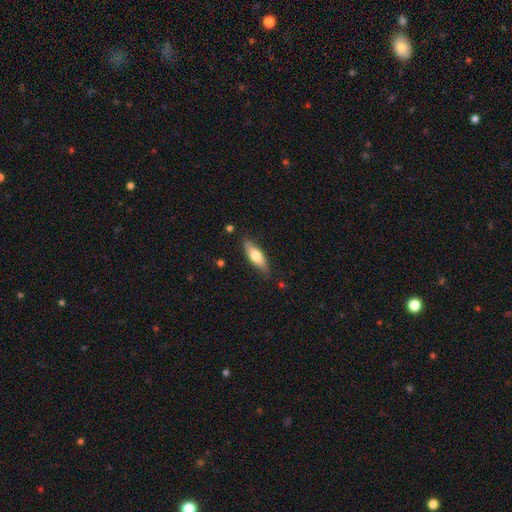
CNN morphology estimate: The model was most divided on "how rounded": in between: 52%, cigar-shaped: 46%, round: 2%. More confident: merging — none (81%); smooth or featured — smooth (64%).